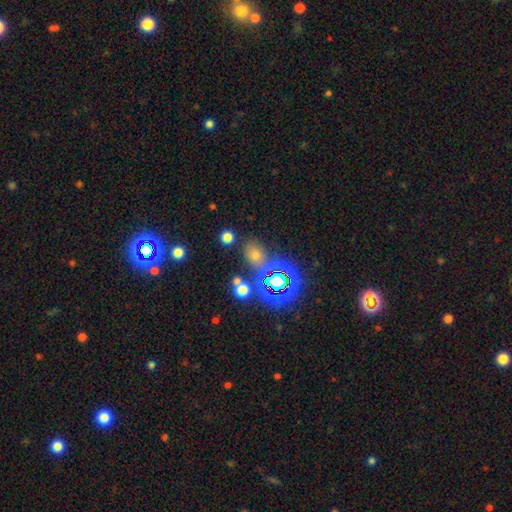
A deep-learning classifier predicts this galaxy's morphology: smooth 47%, star or artifact 42%, featured or disk 10%. Down the decision tree: merging — none (72%).